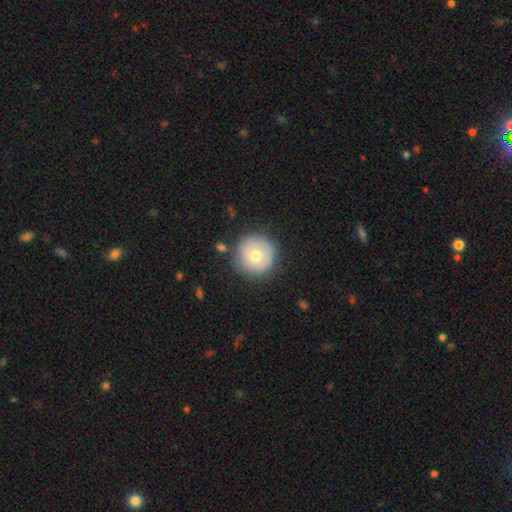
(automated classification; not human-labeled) Smooth or featured?
  - smooth: 68% *
  - featured or disk: 24%
  - star or artifact: 8%
How rounded?
  - round: 96% *
  - in between: 3%
  - cigar-shaped: 1%
Merging?
  - none: 82% *
  - minor disturbance: 12%
  - major disturbance: 3%
  - merger: 3%